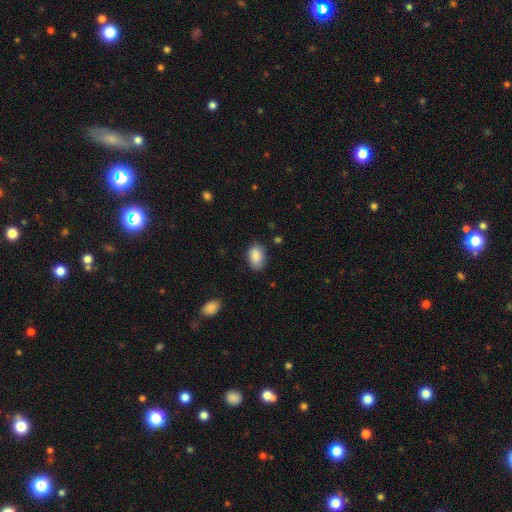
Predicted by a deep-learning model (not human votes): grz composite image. It shows a smooth galaxy with no disk features (87%) that is in between round and cigar-shaped (85%). Merging: none (75%).